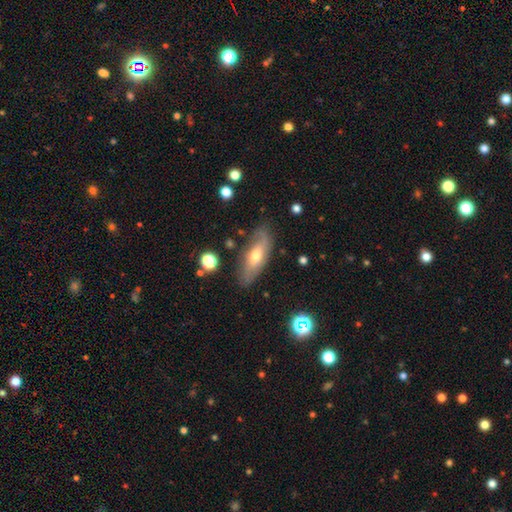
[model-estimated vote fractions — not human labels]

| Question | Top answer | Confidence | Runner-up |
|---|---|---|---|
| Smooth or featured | featured or disk | 47% | smooth (45%) |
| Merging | none | 76% | minor disturbance (17%) |